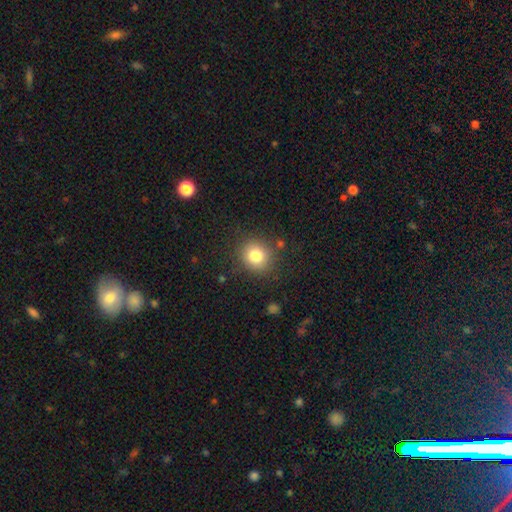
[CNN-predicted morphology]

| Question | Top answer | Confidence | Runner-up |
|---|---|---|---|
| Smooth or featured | smooth | 81% | star or artifact (11%) |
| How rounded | round | 84% | in between (15%) |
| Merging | none | 85% | minor disturbance (9%) |